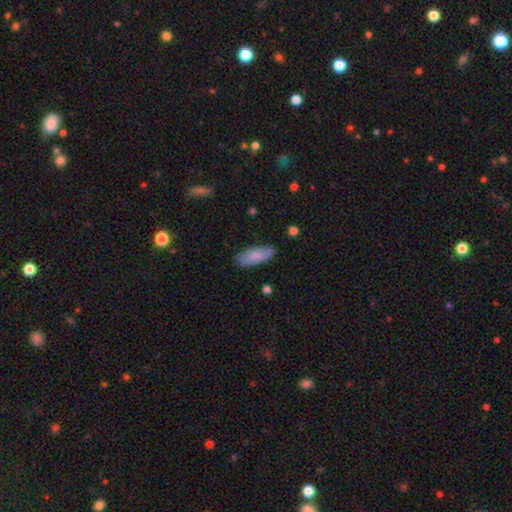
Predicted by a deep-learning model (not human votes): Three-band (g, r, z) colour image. It shows a smooth galaxy with no disk features (80%) that is in between round and cigar-shaped (74%). Merging: none (76%).